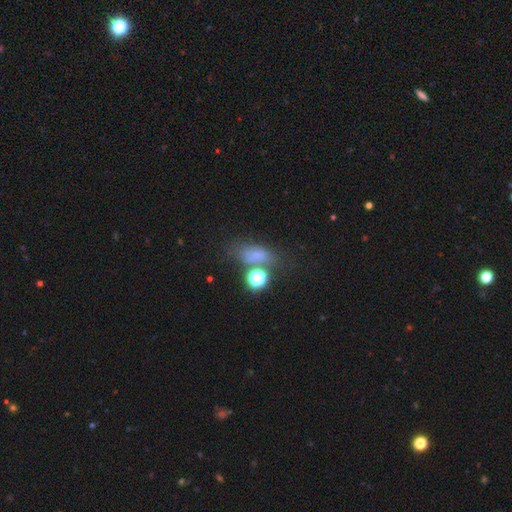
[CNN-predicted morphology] Smooth or featured? Predicted: smooth (p=0.62). How rounded? Predicted: in between (p=0.70). Merging? Predicted: none (p=0.44).